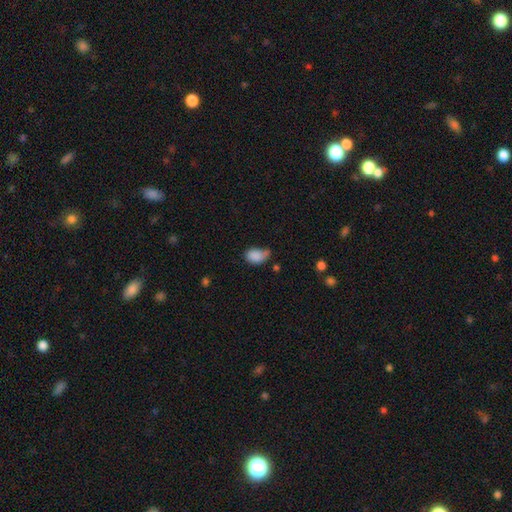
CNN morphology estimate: This is clearly a smooth galaxy (84%). How rounded: clearly in between (81%). Merging: marginally none (39%).